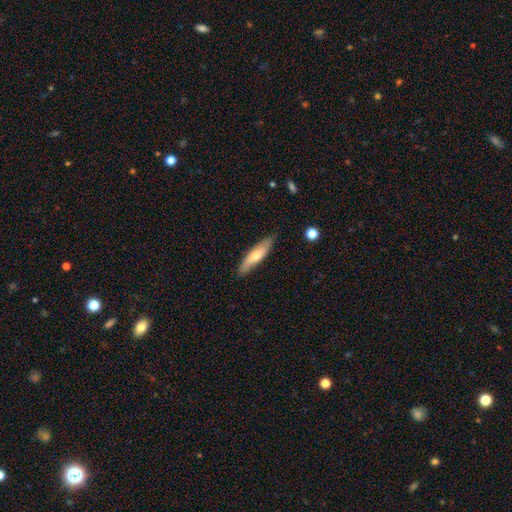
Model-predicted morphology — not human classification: Smooth or featured: smooth — 61% (featured or disk — 33%)
How rounded: cigar-shaped — 73% (in between — 26%)
Merging: none — 85% (minor disturbance — 11%)